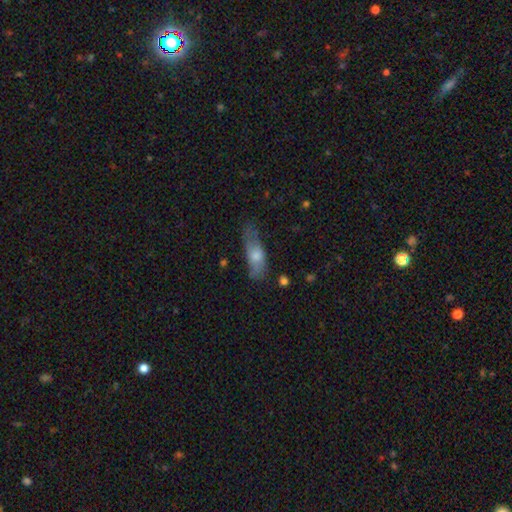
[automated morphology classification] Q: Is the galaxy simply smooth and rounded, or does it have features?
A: smooth — 61%.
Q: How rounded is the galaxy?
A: in between — 58%.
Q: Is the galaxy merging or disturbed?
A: none — 55%.